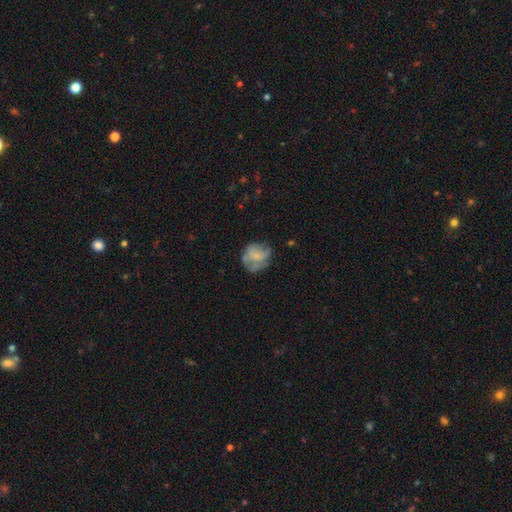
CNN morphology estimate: smooth-or-featured: smooth: 46% | featured or disk: 45% | star or artifact: 9%
  merging: none: 50% | minor disturbance: 25% | major disturbance: 22% | merger: 3%